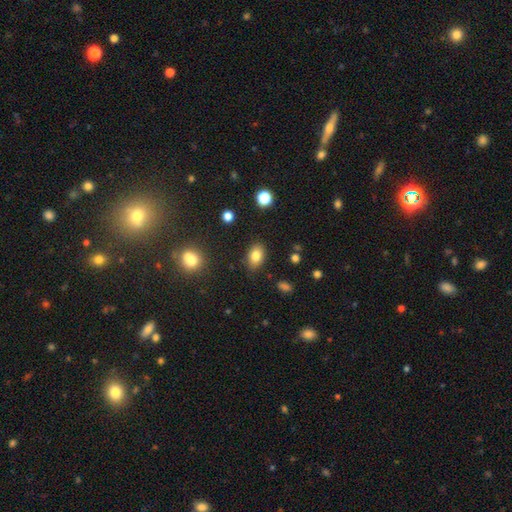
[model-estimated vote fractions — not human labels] This is clearly a smooth galaxy (81%). How rounded: clearly in between (83%). Merging: clearly none (85%).